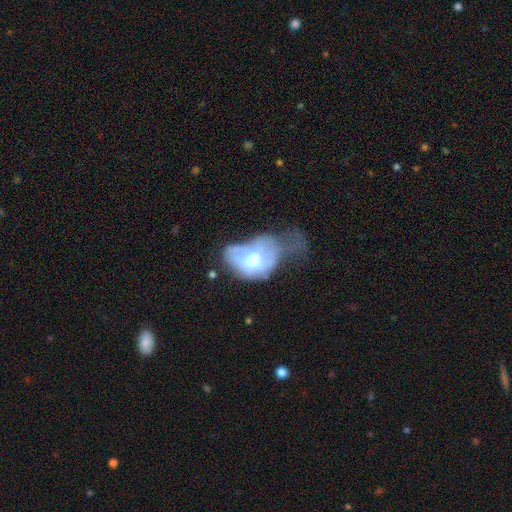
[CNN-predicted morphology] A featured or disk galaxy (49%).

Vote fractions:
- Smooth or featured? featured or disk: 49% / smooth: 42% / star or artifact: 9%
- Merging? major disturbance: 57% / minor disturbance: 19% / merger: 13% / none: 11%